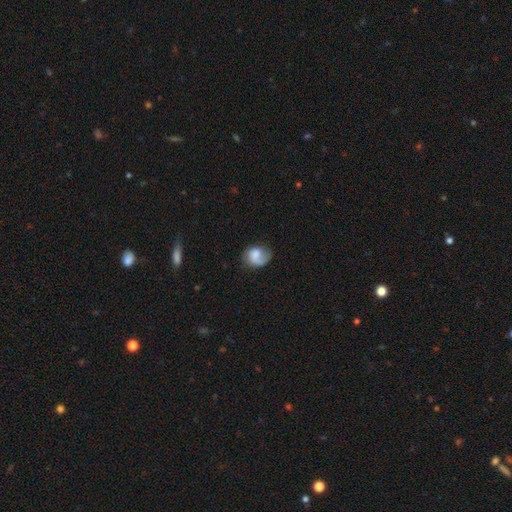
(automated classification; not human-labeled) A smooth galaxy with no disk features (52%) that is round (53%). Merging: none (49%).